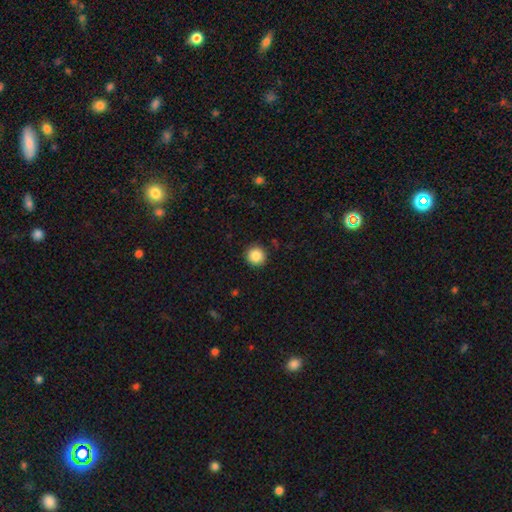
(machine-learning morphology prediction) A smooth galaxy with no disk features (87%) that is round (95%).

Vote fractions:
- Smooth or featured? smooth: 87% / star or artifact: 9% / featured or disk: 4%
- How rounded? round: 95% / in between: 4% / cigar-shaped: 1%
- Merging? none: 91% / minor disturbance: 6% / major disturbance: 2% / merger: 1%